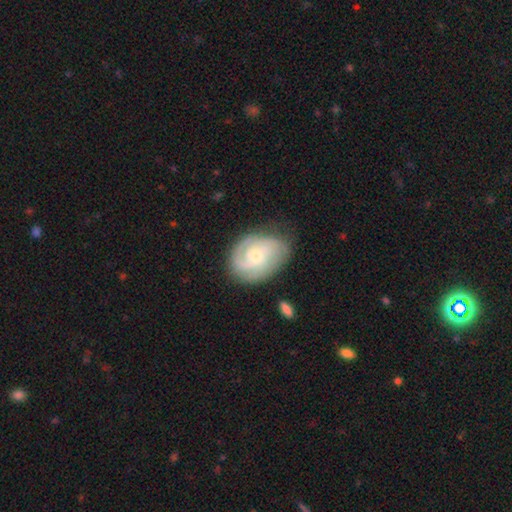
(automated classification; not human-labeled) A featured or disk galaxy (77%) with no bar (65%), 2 (42%) tight (54%) spiral arms (93%) and a small central bulge (56%). Merging: none (69%).